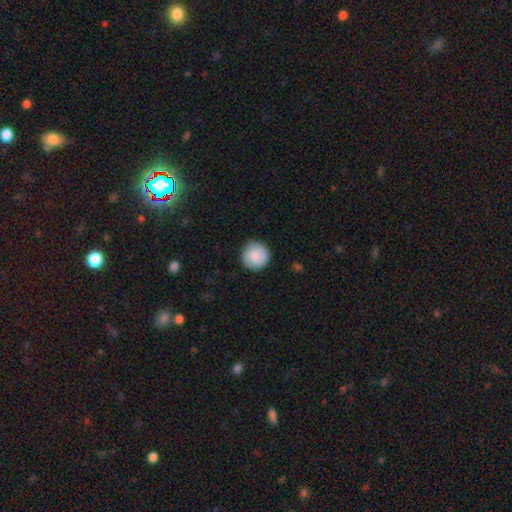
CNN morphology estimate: A smooth galaxy with no disk features (86%) that is round (95%).

Vote fractions:
- Smooth or featured? smooth: 86% / featured or disk: 8% / star or artifact: 7%
- How rounded? round: 95% / in between: 4% / cigar-shaped: 1%
- Merging? none: 89% / minor disturbance: 8% / major disturbance: 2% / merger: 1%